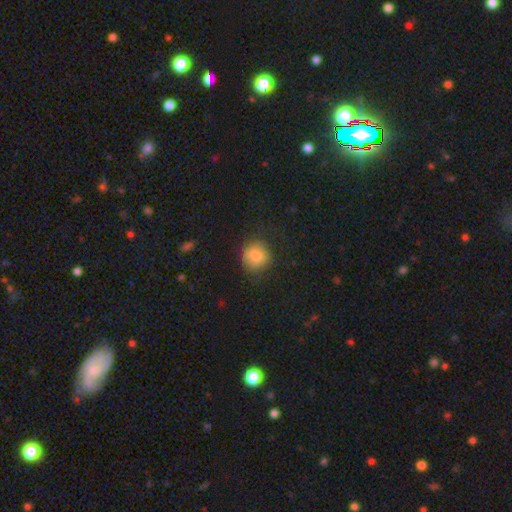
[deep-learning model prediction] A smooth galaxy with no disk features (79%) that is round (84%). Merging: none (69%).